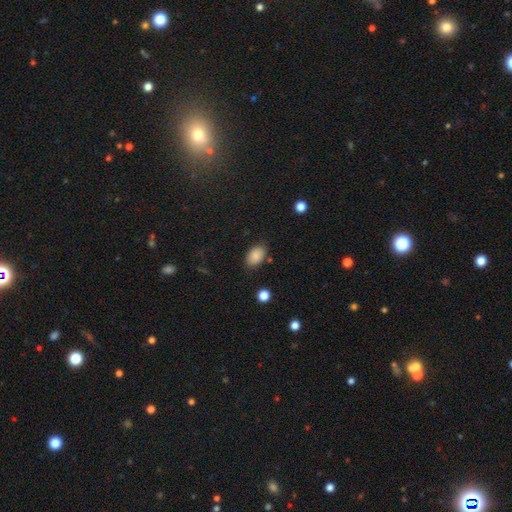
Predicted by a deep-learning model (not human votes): The model was most divided on "merging": none: 81%, minor disturbance: 14%, major disturbance: 3%, merger: 2%. More confident: how rounded — in between (89%); smooth or featured — smooth (85%).